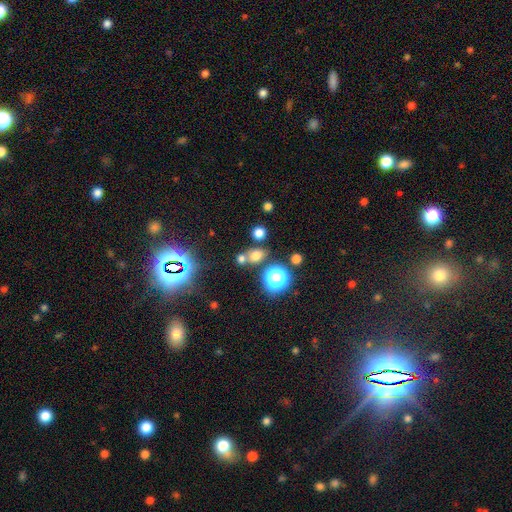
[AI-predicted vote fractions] smooth-or-featured: smooth: 64% | star or artifact: 27% | featured or disk: 9%
  how-rounded: round: 63% | in between: 35% | cigar-shaped: 2%
  merging: none: 62% | merger: 24% | minor disturbance: 9% | major disturbance: 4%